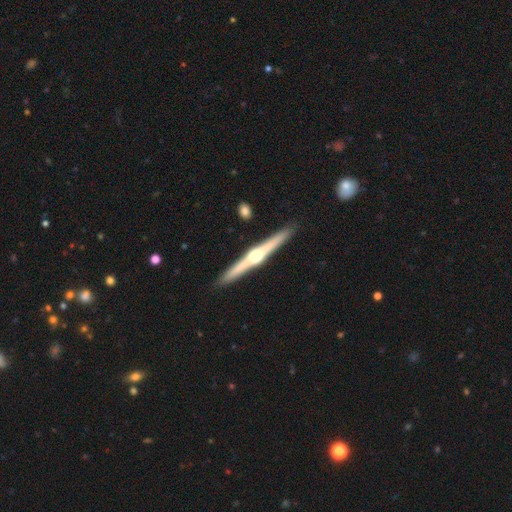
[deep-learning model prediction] Smooth or featured: featured or disk — 81% (smooth — 14%)
Edge-on disk: yes — 98% (no — 2%)
Edge-on bulge: rounded — 88% (boxy — 8%)
Merging: none — 91% (minor disturbance — 6%)